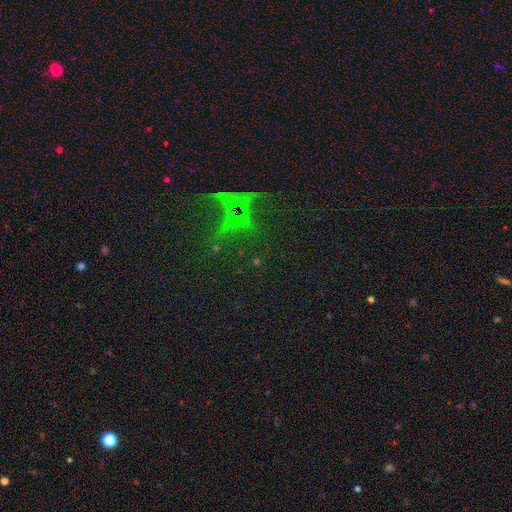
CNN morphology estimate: smooth-or-featured: star or artifact: 68% | featured or disk: 16% | smooth: 16%